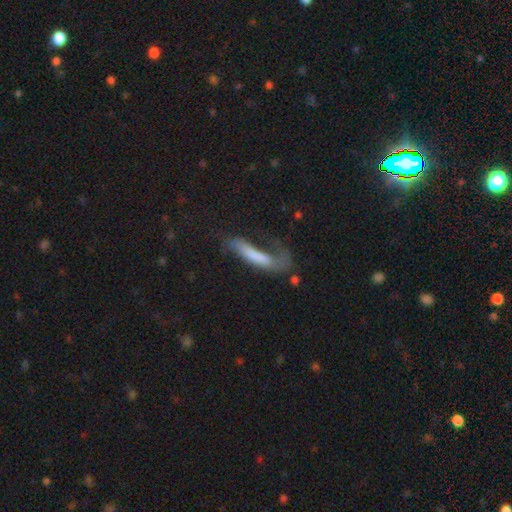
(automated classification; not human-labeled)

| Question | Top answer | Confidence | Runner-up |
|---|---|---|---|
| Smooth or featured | smooth | 64% | featured or disk (28%) |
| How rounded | cigar-shaped | 80% | in between (17%) |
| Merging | major disturbance | 45% | none (28%) |